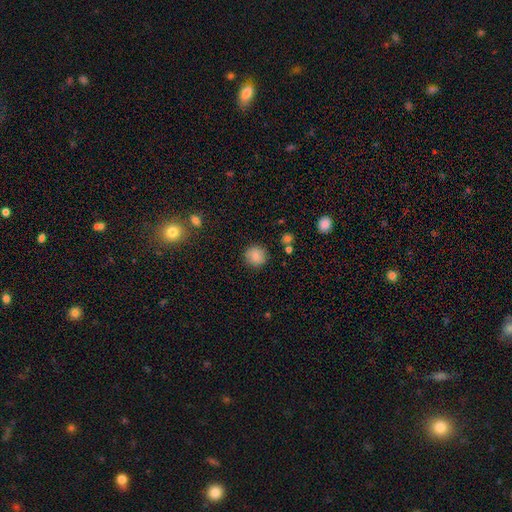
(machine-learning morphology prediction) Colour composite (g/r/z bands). It shows a smooth galaxy with no disk features (83%) that is round (92%). Merging: none (89%).